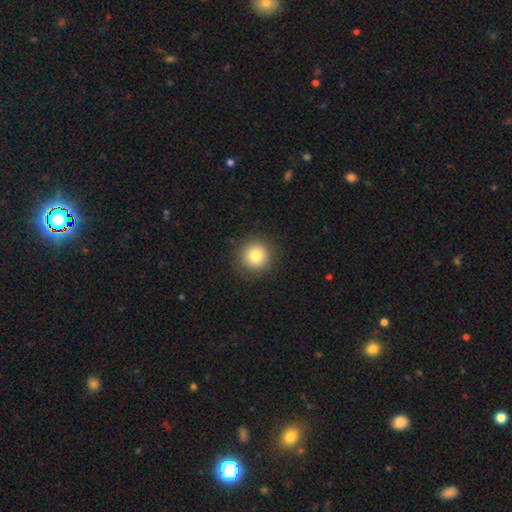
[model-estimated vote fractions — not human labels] The model was most divided on "smooth or featured": smooth: 82%, star or artifact: 10%, featured or disk: 8%. More confident: how rounded — round (95%); merging — none (90%).